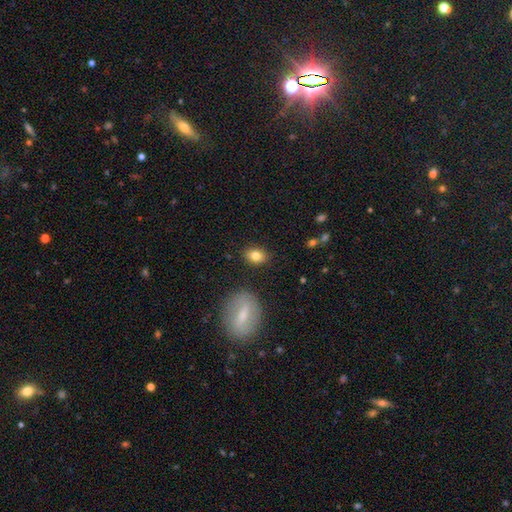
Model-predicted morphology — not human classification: Smooth or featured? Predicted: smooth (p=0.81). How rounded? Predicted: in between (p=0.75). Merging? Predicted: none (p=0.86).